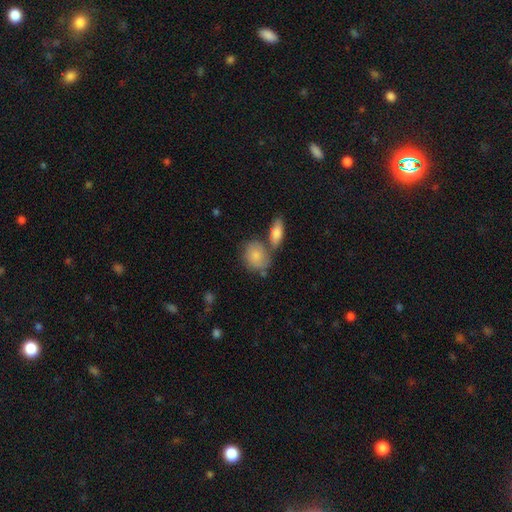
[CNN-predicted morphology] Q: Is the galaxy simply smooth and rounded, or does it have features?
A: smooth — 79%.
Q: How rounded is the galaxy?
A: round — 51%.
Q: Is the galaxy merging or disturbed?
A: none — 49%.